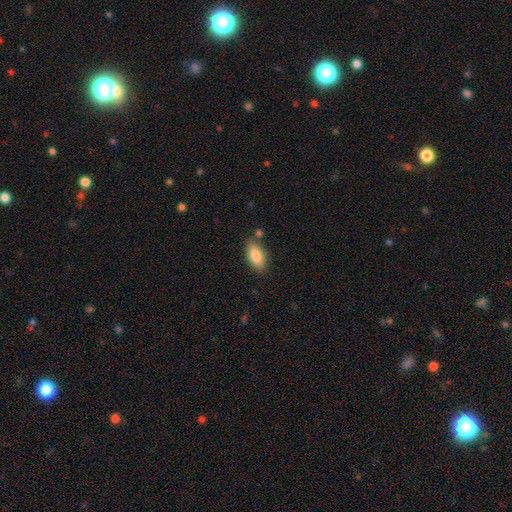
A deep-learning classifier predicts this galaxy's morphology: smooth 85%, featured or disk 8%, star or artifact 7%. Down the decision tree: how rounded — in between (90%); merging — none (78%).